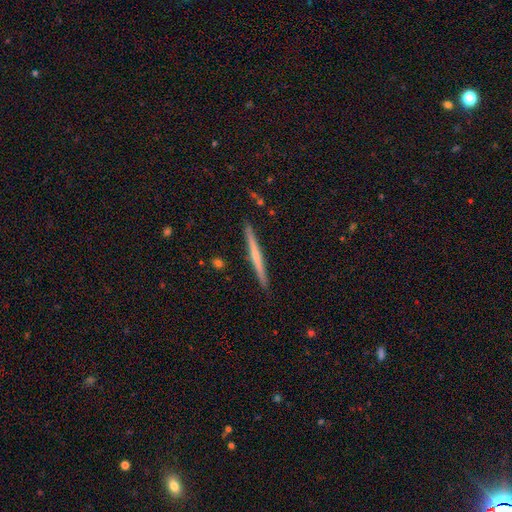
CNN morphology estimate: Smooth or featured: featured or disk — 60% (smooth — 34%)
Edge-on disk: yes — 98% (no — 2%)
Edge-on bulge: none — 55% (rounded — 39%)
Merging: none — 92% (minor disturbance — 6%)